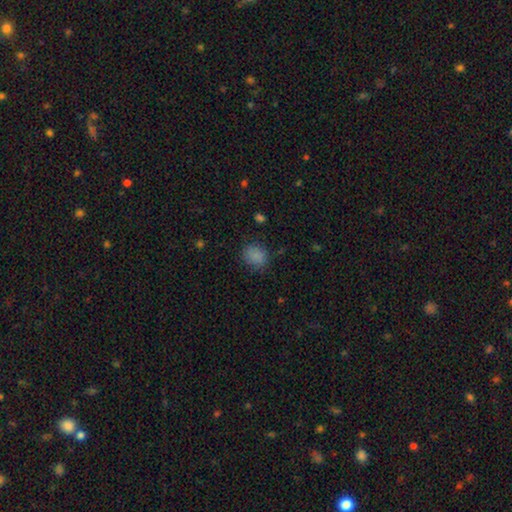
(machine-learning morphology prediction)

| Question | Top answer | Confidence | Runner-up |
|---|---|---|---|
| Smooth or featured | smooth | 84% | star or artifact (12%) |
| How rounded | round | 64% | in between (35%) |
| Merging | none | 82% | minor disturbance (13%) |